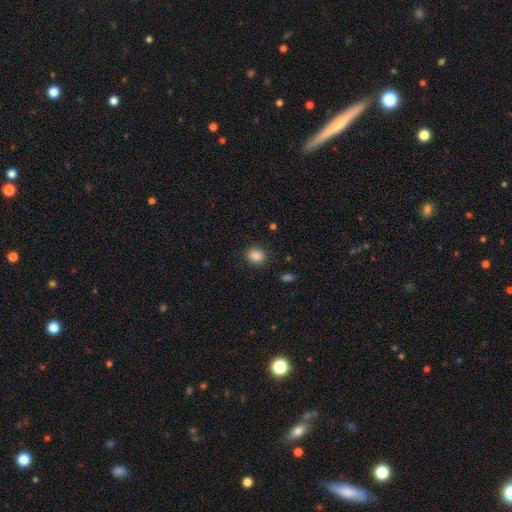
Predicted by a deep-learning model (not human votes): Smooth or featured? Predicted: smooth (p=0.87). How rounded? Predicted: round (p=0.66). Merging? Predicted: none (p=0.88).